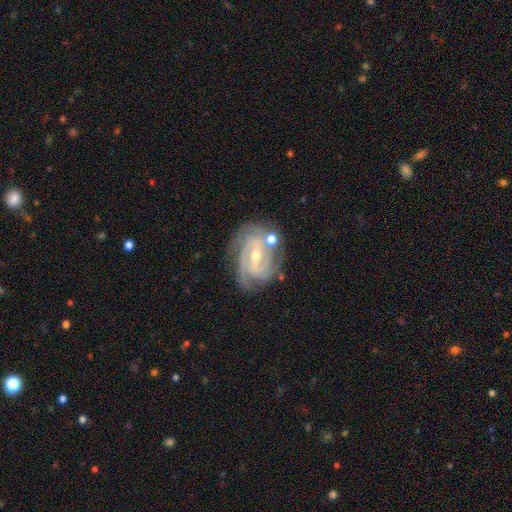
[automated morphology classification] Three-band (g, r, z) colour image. It shows a featured or disk galaxy (89%) with a weak bar (47%), 3 (45%) tight (62%) spiral arms (98%) and a moderate central bulge (48%, tied with small). Merging: none (69%).